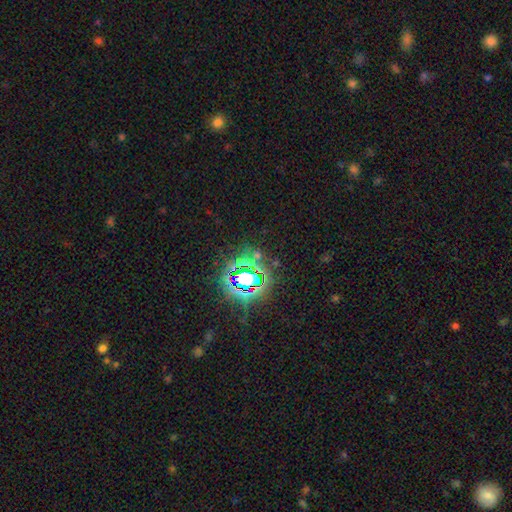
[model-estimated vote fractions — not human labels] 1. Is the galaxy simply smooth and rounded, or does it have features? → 77% star or artifact, 14% smooth, 9% featured or disk.